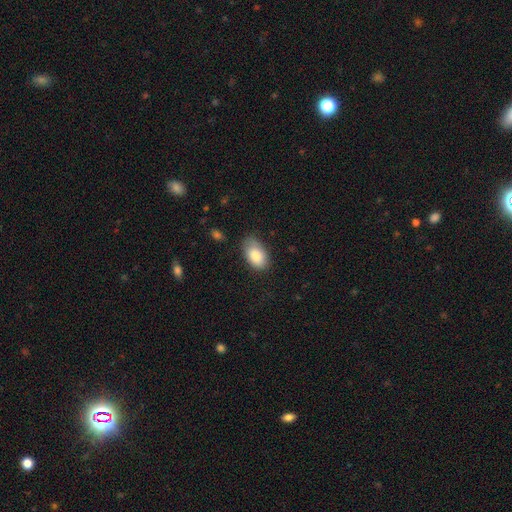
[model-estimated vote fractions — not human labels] Morphology: type=smooth (82%); roundness=in between (92%); merging=none (69%).